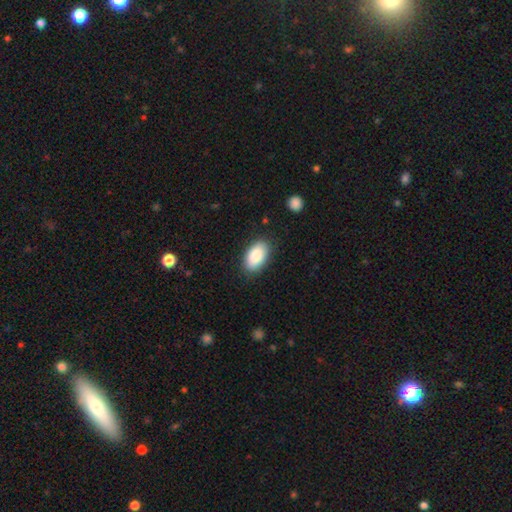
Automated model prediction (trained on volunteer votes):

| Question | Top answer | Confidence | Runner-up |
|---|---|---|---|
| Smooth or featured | smooth | 88% | star or artifact (6%) |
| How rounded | in between | 94% | round (4%) |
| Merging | none | 85% | minor disturbance (11%) |